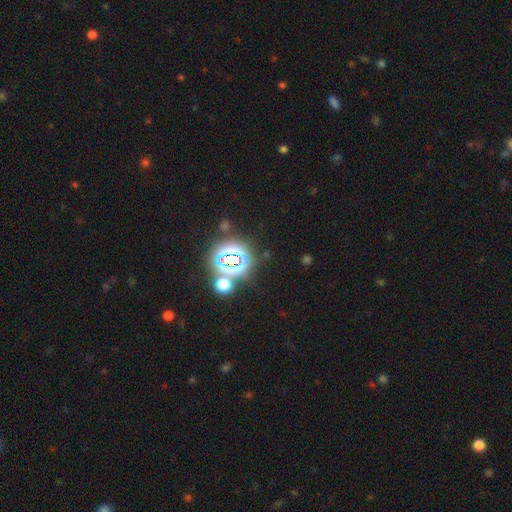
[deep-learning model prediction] Overall: star or artifact (81%).